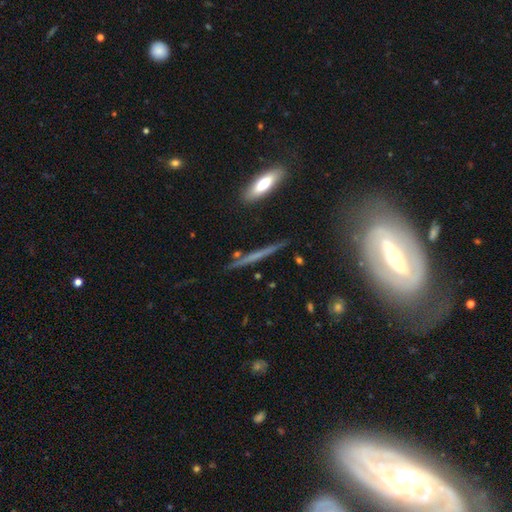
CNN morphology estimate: Q: Smooth or featured?
A: featured or disk (54%); runner-up: smooth (33%)
Q: Edge-on disk?
A: yes (93%); runner-up: no (7%)
Q: Edge-on bulge?
A: none (72%); runner-up: rounded (19%)
Q: Merging?
A: none (85%); runner-up: minor disturbance (10%)